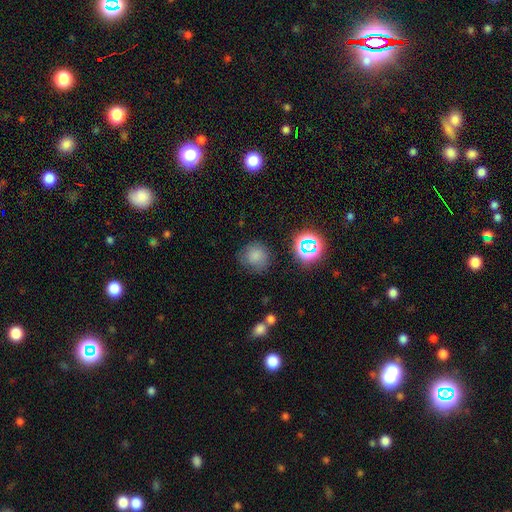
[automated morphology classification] Smooth or featured: smooth — 76% (star or artifact — 17%)
How rounded: round — 89% (in between — 10%)
Merging: none — 76% (minor disturbance — 16%)